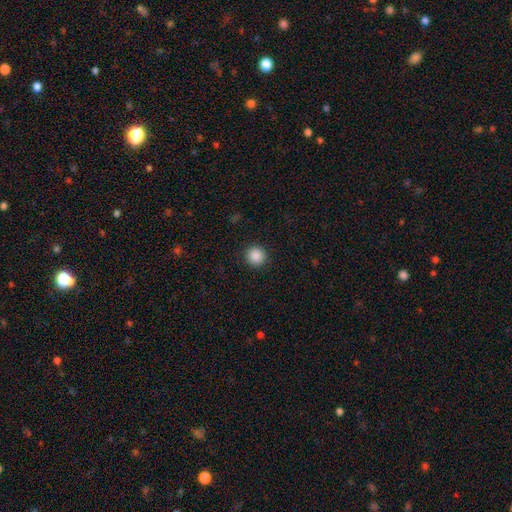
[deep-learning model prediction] smooth_or_featured: smooth (p=0.88) [alt: star or artifact p=0.09]
how_rounded: round (p=0.95) [alt: in between p=0.04]
merging: none (p=0.92) [alt: minor disturbance p=0.05]